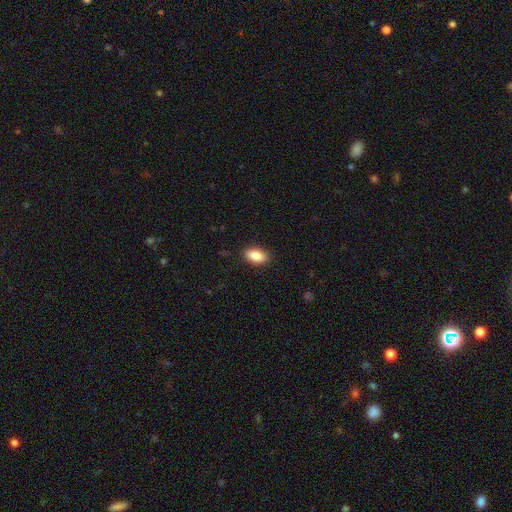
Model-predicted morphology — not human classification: A smooth galaxy with no disk features (88%) that is in between round and cigar-shaped (92%). Merging: none (89%).